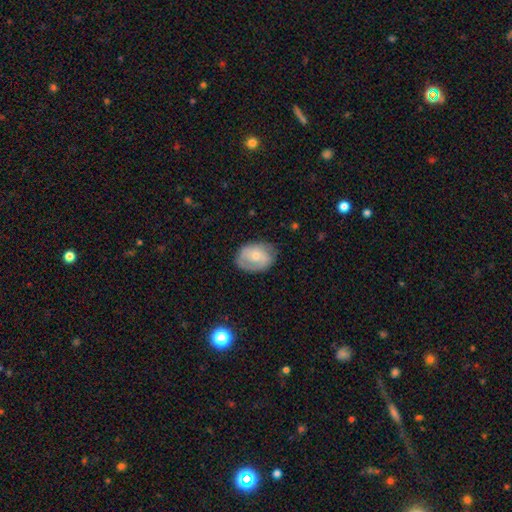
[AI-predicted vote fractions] A smooth galaxy with no disk features (49%). Merging: none (68%).